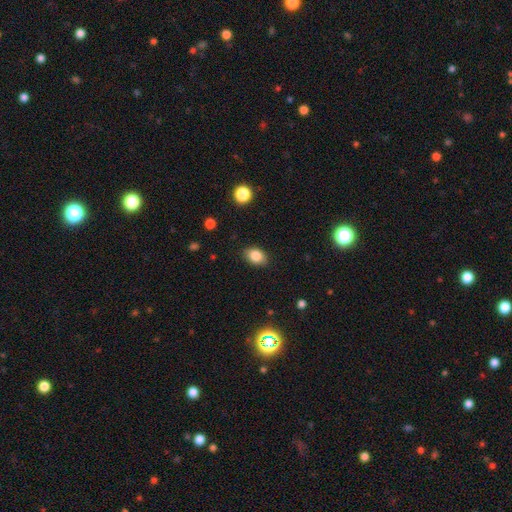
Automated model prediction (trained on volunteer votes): smooth-or-featured: smooth: 84% | star or artifact: 9% | featured or disk: 7%
  how-rounded: in between: 80% | round: 19% | cigar-shaped: 1%
  merging: none: 86% | minor disturbance: 11% | major disturbance: 3% | merger: 1%